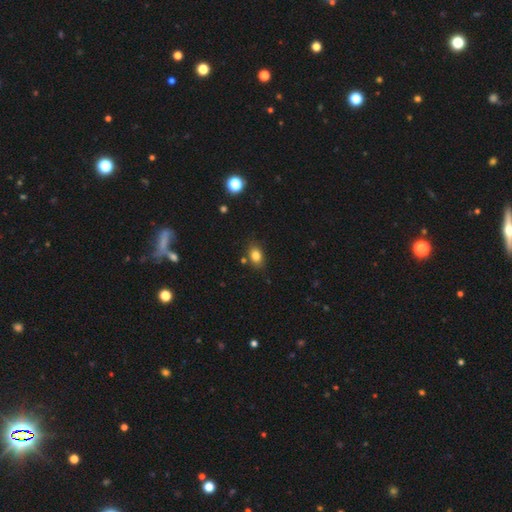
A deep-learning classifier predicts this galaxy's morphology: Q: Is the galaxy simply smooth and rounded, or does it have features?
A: smooth — 81%.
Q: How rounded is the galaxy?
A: in between — 74%.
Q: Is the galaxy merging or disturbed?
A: none — 78%.